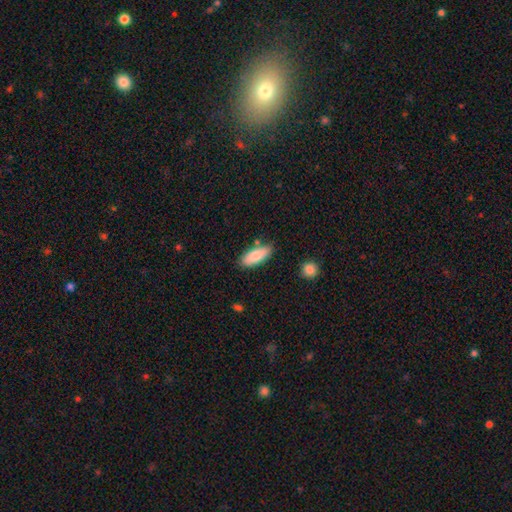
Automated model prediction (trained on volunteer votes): smooth 82%, featured or disk 11%, star or artifact 6%. Down the decision tree: how rounded — in between (79%); merging — none (78%).